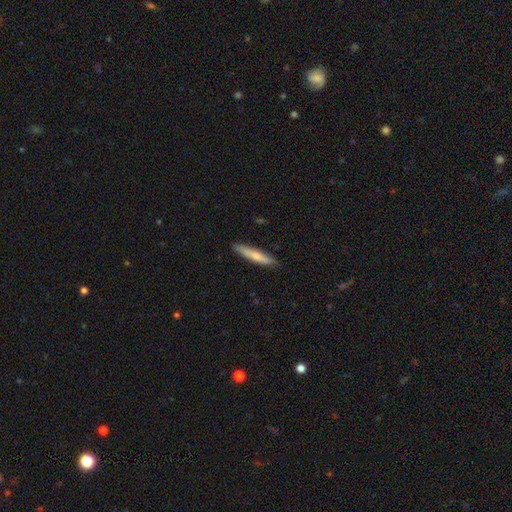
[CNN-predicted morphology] Smooth or featured? Predicted: smooth (p=0.69). How rounded? Predicted: cigar-shaped (p=0.91). Merging? Predicted: none (p=0.86).